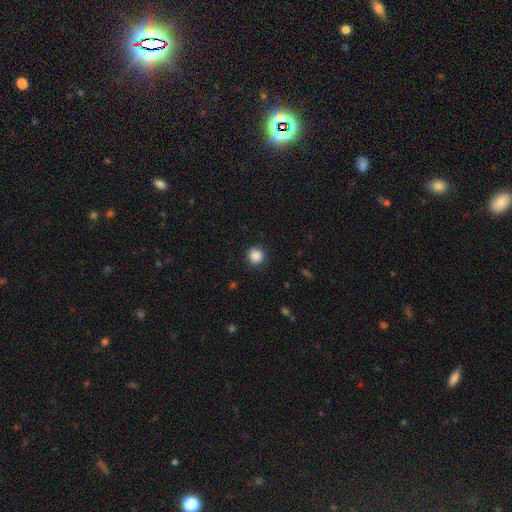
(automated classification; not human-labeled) A smooth galaxy with no disk features (88%) that is round (94%).

Vote fractions:
- Smooth or featured? smooth: 88% / star or artifact: 10% / featured or disk: 2%
- How rounded? round: 94% / in between: 5% / cigar-shaped: 1%
- Merging? none: 89% / minor disturbance: 7% / major disturbance: 2% / merger: 1%